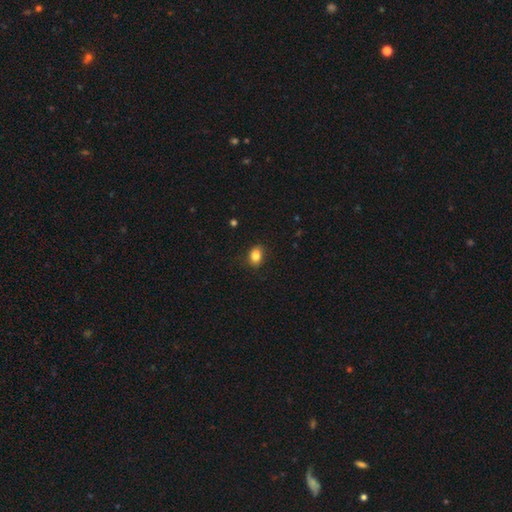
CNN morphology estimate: smooth 85%, star or artifact 10%, featured or disk 5%. Down the decision tree: how rounded — in between (71%); merging — none (85%).